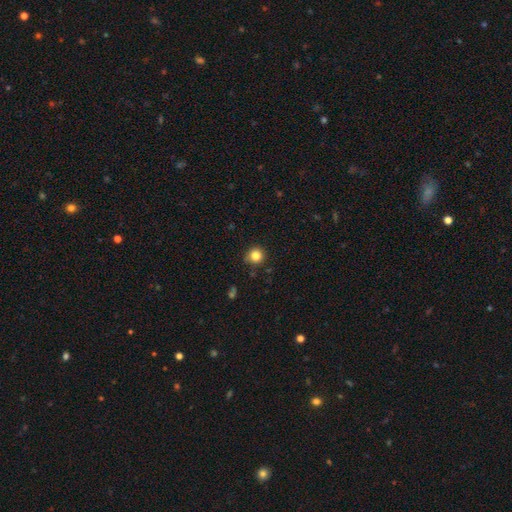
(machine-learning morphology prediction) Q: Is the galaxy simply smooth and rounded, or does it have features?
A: smooth — 83%.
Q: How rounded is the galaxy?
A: round — 92%.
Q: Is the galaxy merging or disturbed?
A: none — 85%.